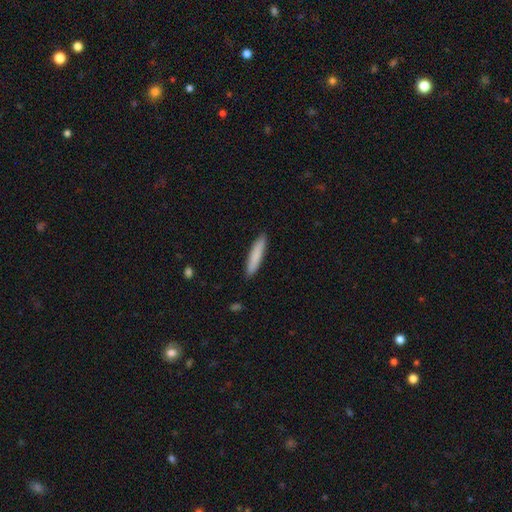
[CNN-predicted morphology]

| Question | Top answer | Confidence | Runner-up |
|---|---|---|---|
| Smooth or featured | smooth | 83% | featured or disk (11%) |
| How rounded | cigar-shaped | 89% | in between (10%) |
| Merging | none | 91% | minor disturbance (7%) |